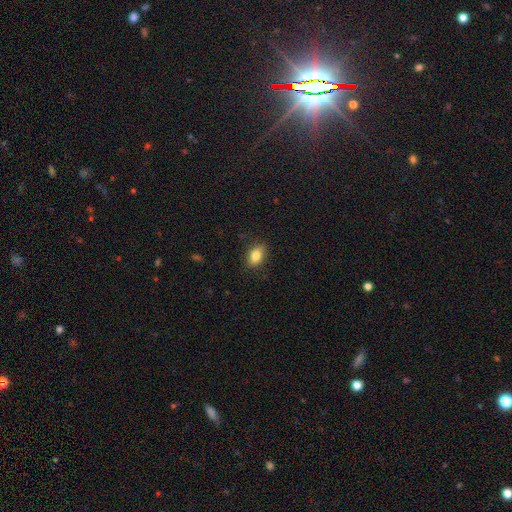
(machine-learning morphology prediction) A smooth galaxy with no disk features (84%) that is in between round and cigar-shaped (84%).

Vote fractions:
- Smooth or featured? smooth: 84% / star or artifact: 9% / featured or disk: 8%
- How rounded? in between: 84% / round: 13% / cigar-shaped: 2%
- Merging? none: 84% / minor disturbance: 13% / major disturbance: 3% / merger: 1%